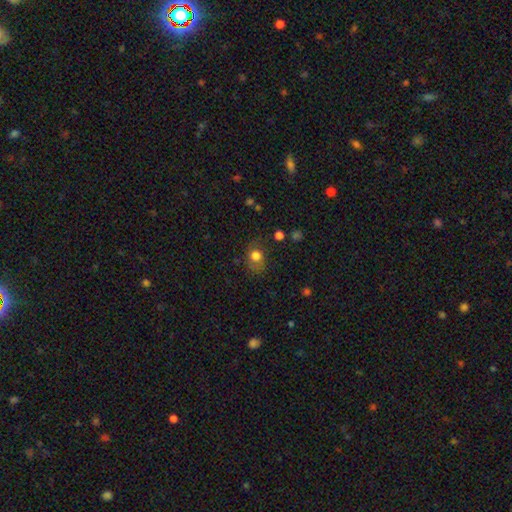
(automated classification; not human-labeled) A smooth galaxy with no disk features (77%) that is round (63%).

Vote fractions:
- Smooth or featured? smooth: 77% / star or artifact: 13% / featured or disk: 10%
- How rounded? round: 63% / in between: 36% / cigar-shaped: 1%
- Merging? none: 63% / minor disturbance: 23% / major disturbance: 12% / merger: 3%